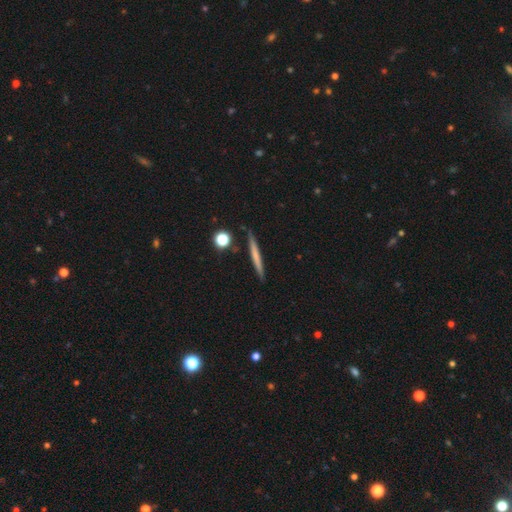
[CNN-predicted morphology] A smooth galaxy with no disk features (56%) that is cigar-shaped (95%).

Vote fractions:
- Smooth or featured? smooth: 56% / featured or disk: 38% / star or artifact: 6%
- How rounded? cigar-shaped: 95% / in between: 3% / round: 2%
- Merging? none: 87% / minor disturbance: 8% / merger: 3% / major disturbance: 2%